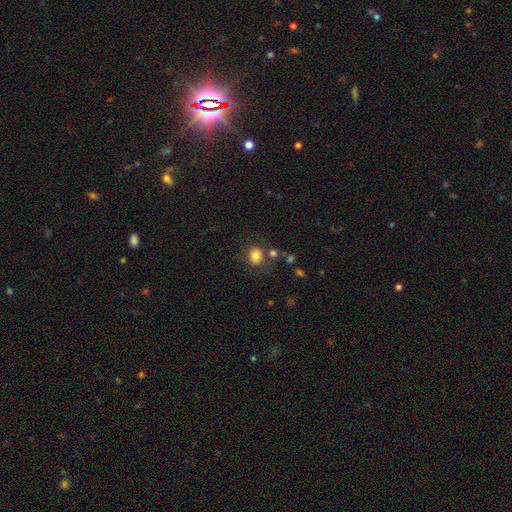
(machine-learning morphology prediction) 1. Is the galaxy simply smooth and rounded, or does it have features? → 82% smooth, 11% star or artifact, 7% featured or disk.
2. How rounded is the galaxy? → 67% round, 33% in between, 1% cigar-shaped.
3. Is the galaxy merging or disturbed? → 74% none, 13% minor disturbance, 8% merger, 5% major disturbance.